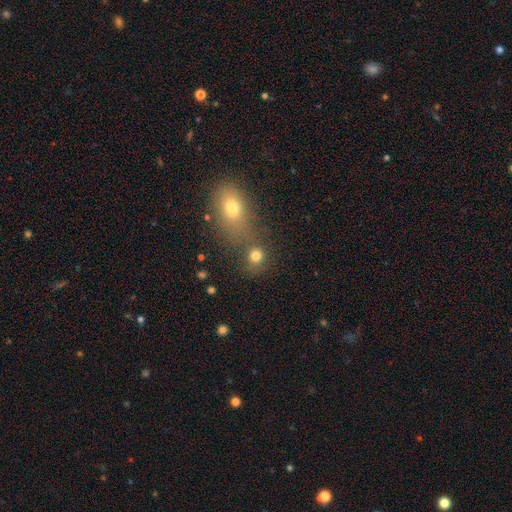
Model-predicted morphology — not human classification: Smooth or featured? smooth (78%)
How rounded? round (77%)
Merging? none (58%)